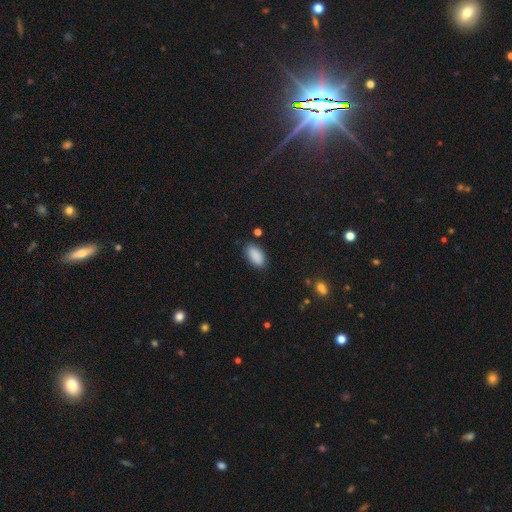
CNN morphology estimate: Q: Smooth or featured?
A: smooth (90%); runner-up: star or artifact (7%)
Q: How rounded?
A: in between (94%); runner-up: round (3%)
Q: Merging?
A: none (85%); runner-up: minor disturbance (11%)